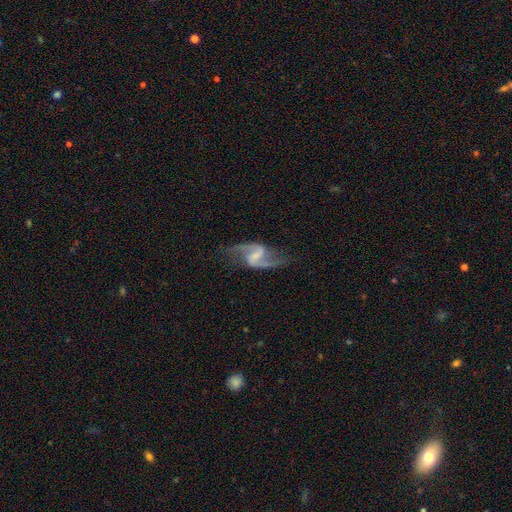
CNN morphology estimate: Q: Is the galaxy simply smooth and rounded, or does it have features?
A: featured or disk — 91%.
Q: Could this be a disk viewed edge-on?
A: no — 98%.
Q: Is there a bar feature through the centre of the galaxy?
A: weak — 50%.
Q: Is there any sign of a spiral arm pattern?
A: yes — 97%.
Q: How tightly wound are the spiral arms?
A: loose — 65%.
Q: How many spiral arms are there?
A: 2 — 94%.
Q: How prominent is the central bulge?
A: small — 42%.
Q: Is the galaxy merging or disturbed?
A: none — 75%.